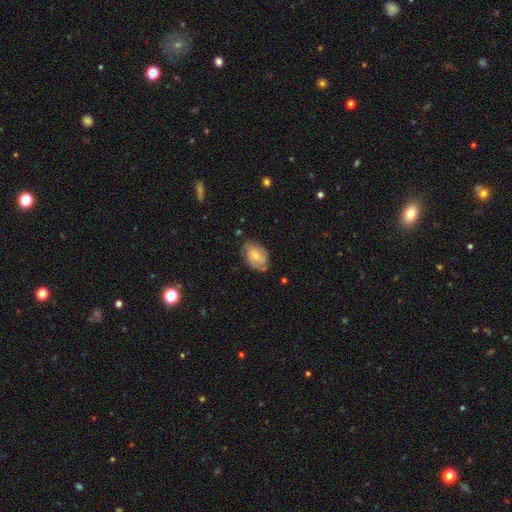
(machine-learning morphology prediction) A smooth galaxy with no disk features (54%) that is in between round and cigar-shaped (83%). Merging: none (65%).